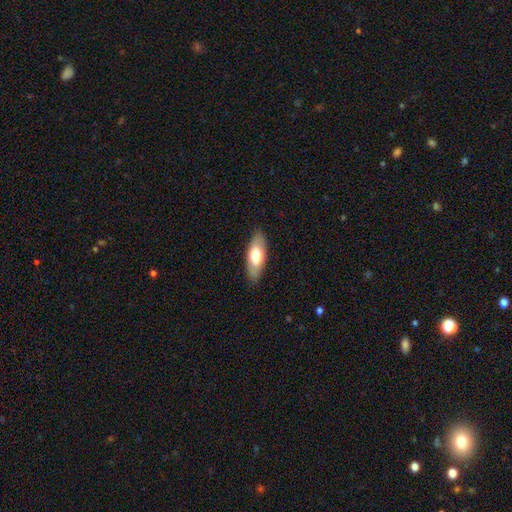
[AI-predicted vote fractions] A smooth galaxy with no disk features (68%) that is in between round and cigar-shaped (76%). Merging: none (86%).